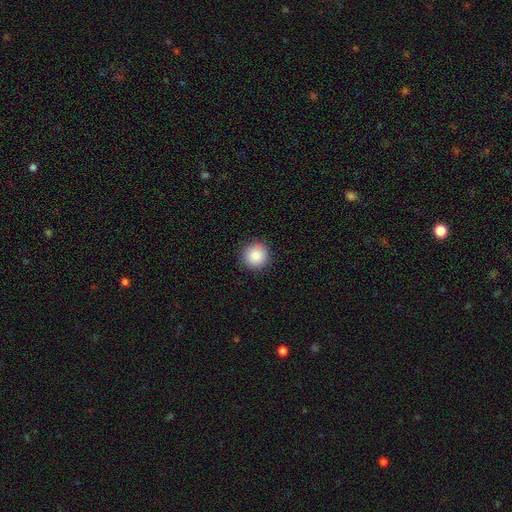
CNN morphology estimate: smooth-or-featured: smooth: 88% | star or artifact: 8% | featured or disk: 4%
  how-rounded: round: 95% | in between: 4% | cigar-shaped: 1%
  merging: none: 92% | minor disturbance: 5% | major disturbance: 2% | merger: 1%